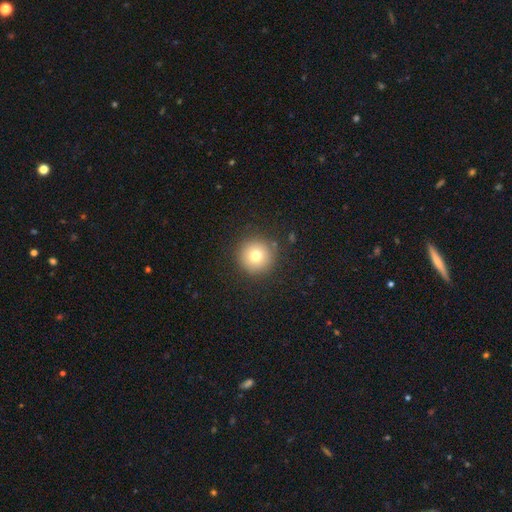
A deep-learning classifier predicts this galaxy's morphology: This appears to be a smooth galaxy with no disk features (75%) that is round (96%). Merging: none (90%).